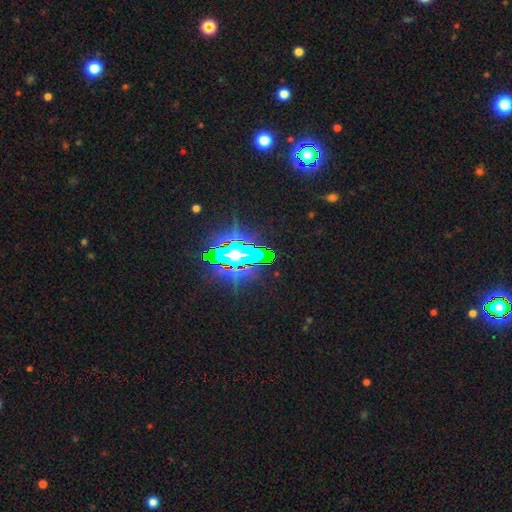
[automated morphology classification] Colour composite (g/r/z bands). It shows a star or artifact, not a galaxy (72%).